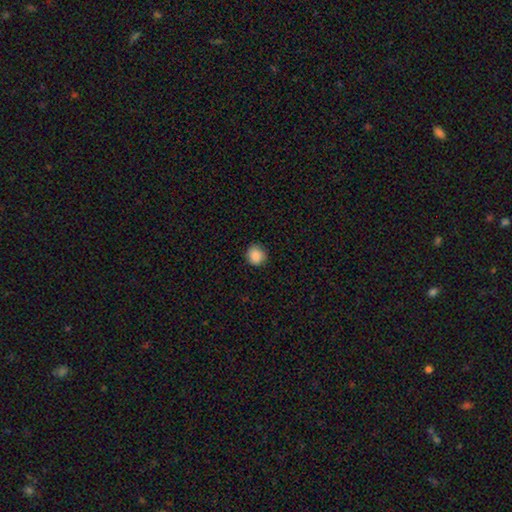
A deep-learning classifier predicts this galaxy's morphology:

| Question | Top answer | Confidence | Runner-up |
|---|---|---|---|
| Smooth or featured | smooth | 87% | star or artifact (9%) |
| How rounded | round | 90% | in between (9%) |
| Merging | none | 88% | minor disturbance (9%) |